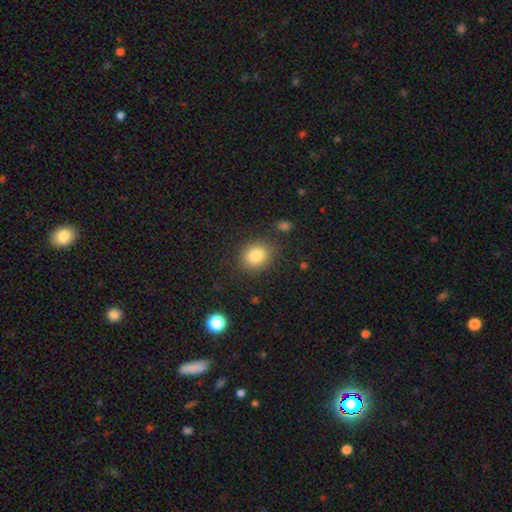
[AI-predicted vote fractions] The model was most divided on "how rounded": round: 59%, in between: 41%, cigar-shaped: 1%. More confident: smooth or featured — smooth (83%); merging — none (83%).